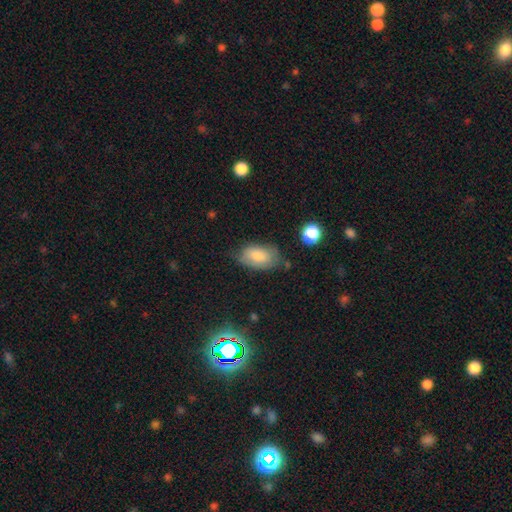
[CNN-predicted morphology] Overall: smooth (70%). How rounded: in between (92%). Merging: none (71%).